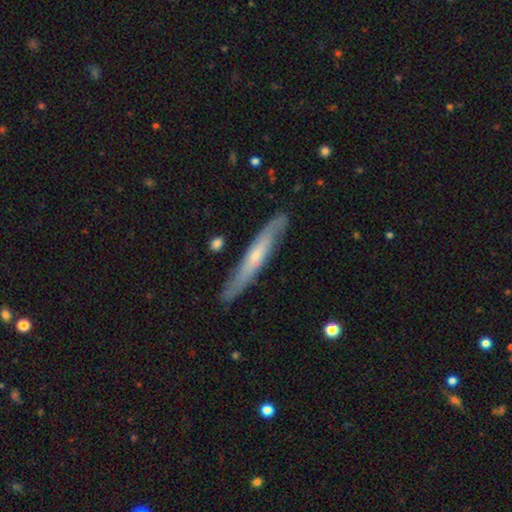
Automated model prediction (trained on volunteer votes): Morphology: type=featured or disk (57%); edge-on=yes (81%); merging=none (85%).